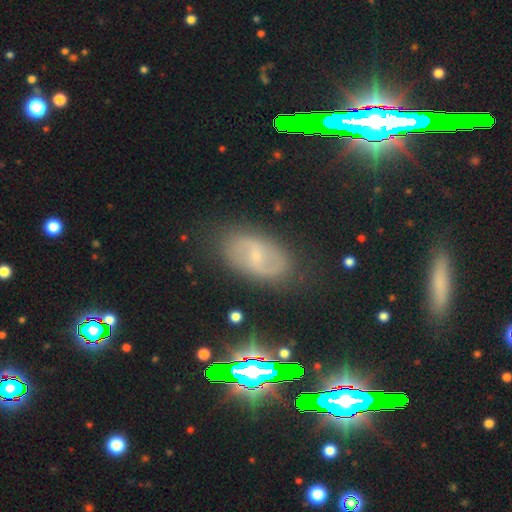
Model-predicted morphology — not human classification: Smooth or featured: featured or disk — 56% (smooth — 29%)
Edge-on disk: no — 94% (yes — 6%)
Bar: weak — 53% (no — 23%)
Spiral arms: yes — 78% (no — 22%)
Bulge size: small — 59% (moderate — 24%)
Merging: none — 80% (minor disturbance — 14%)